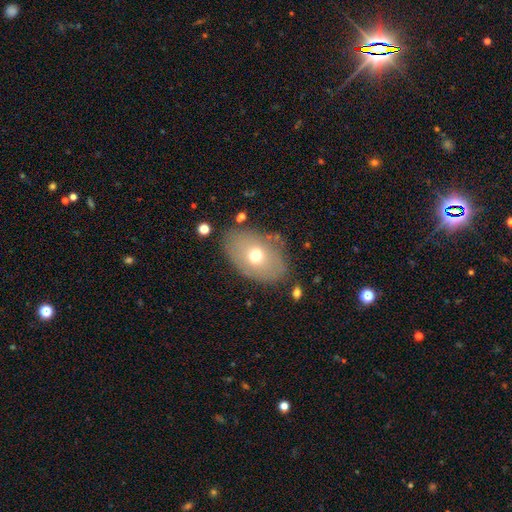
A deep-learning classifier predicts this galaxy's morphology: smooth-or-featured: smooth: 63% | featured or disk: 28% | star or artifact: 9%
  how-rounded: in between: 83% | round: 16% | cigar-shaped: 1%
  merging: none: 78% | minor disturbance: 14% | major disturbance: 5% | merger: 2%